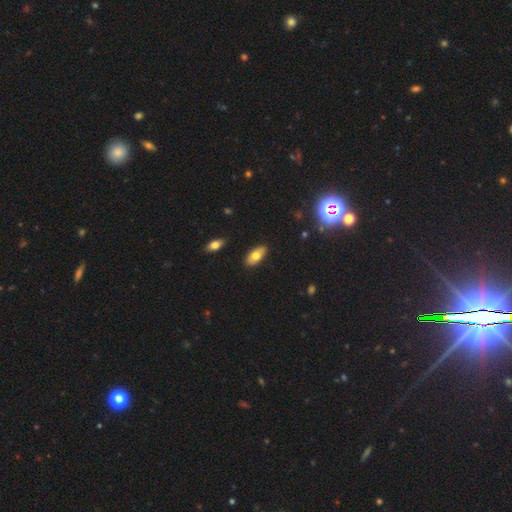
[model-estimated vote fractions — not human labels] Smooth or featured: smooth — 73% (featured or disk — 19%)
How rounded: in between — 90% (cigar-shaped — 7%)
Merging: none — 88% (minor disturbance — 9%)